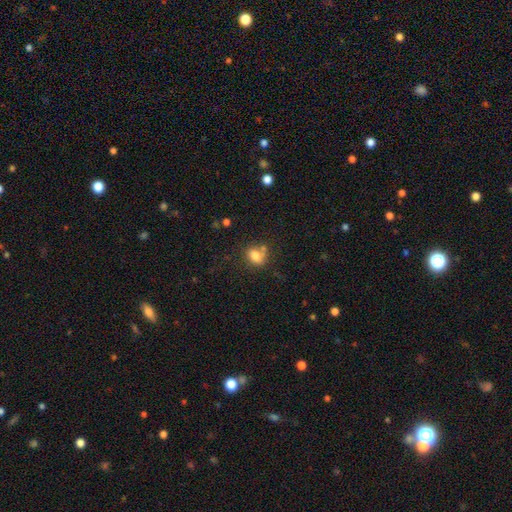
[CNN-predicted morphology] Smooth or featured? smooth (78%)
How rounded? in between (56%)
Merging? none (52%)